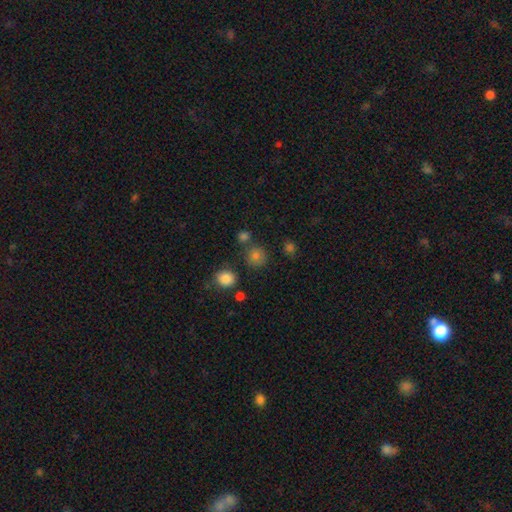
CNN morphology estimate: smooth_or_featured: smooth (p=0.77) [alt: star or artifact p=0.17]
how_rounded: round (p=0.88) [alt: in between p=0.11]
merging: none (p=0.75) [alt: merger p=0.11]